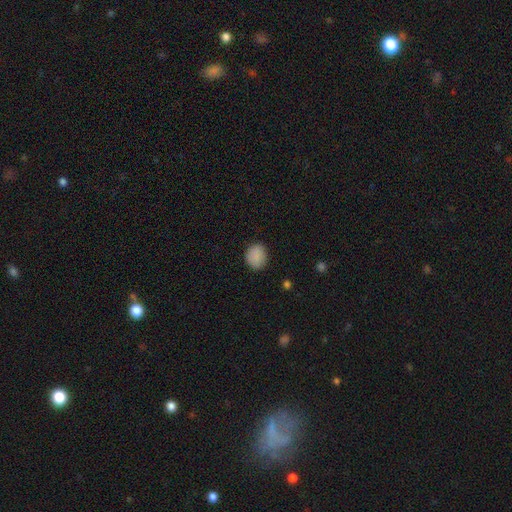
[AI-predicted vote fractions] Morphology: type=smooth (88%); roundness=round (61%); merging=none (85%).